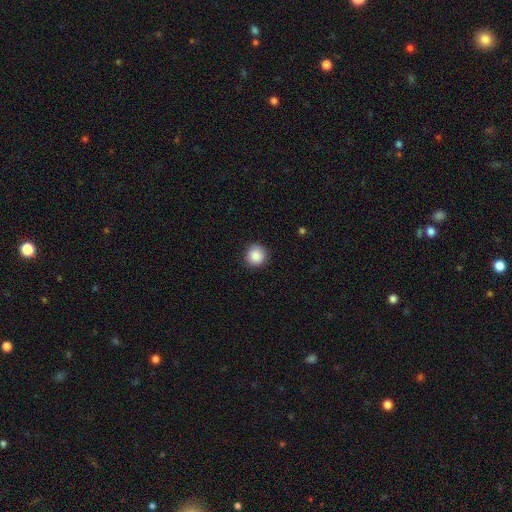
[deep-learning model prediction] A smooth galaxy with no disk features (88%) that is round (93%). Merging: none (91%).